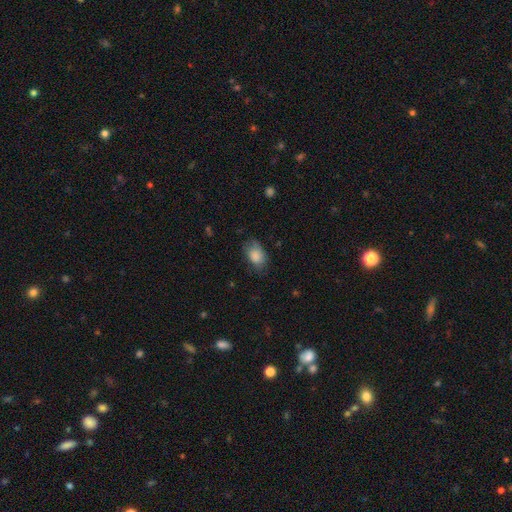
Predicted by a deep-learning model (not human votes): A smooth galaxy with no disk features (85%) that is in between round and cigar-shaped (84%). Merging: none (63%).